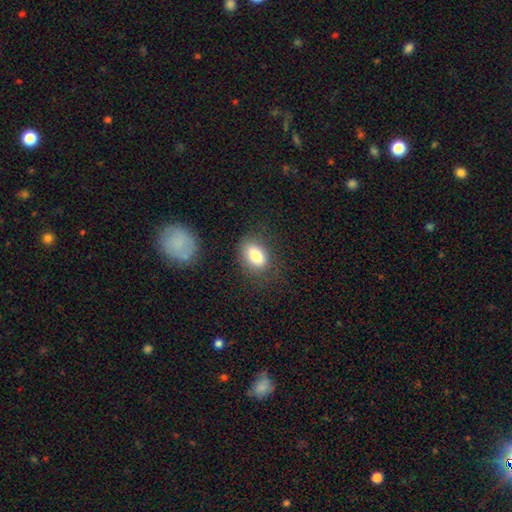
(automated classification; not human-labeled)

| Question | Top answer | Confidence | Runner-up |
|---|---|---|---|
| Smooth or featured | smooth | 84% | star or artifact (8%) |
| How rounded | in between | 87% | round (11%) |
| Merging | none | 75% | minor disturbance (16%) |